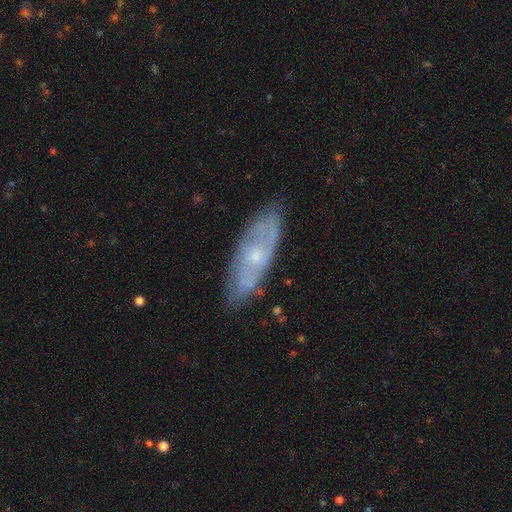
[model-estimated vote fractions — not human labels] Q: Smooth or featured?
A: featured or disk (66%); runner-up: smooth (27%)
Q: Edge-on disk?
A: no (83%); runner-up: yes (17%)
Q: Bar?
A: no (74%); runner-up: weak (22%)
Q: Spiral arms?
A: yes (73%); runner-up: no (27%)
Q: Bulge size?
A: small (69%); runner-up: moderate (26%)
Q: Merging?
A: none (77%); runner-up: minor disturbance (17%)